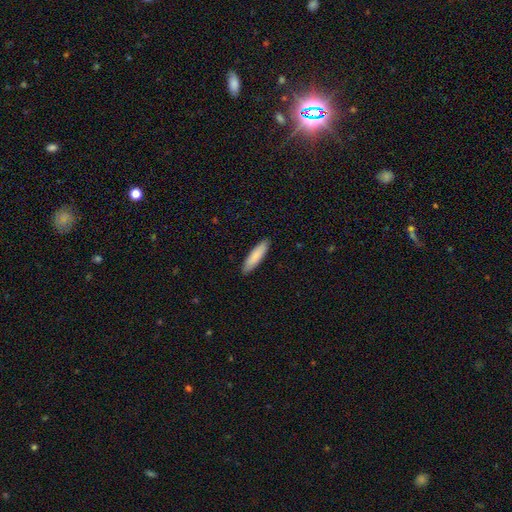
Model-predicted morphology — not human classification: smooth_or_featured: smooth (p=0.87) [alt: featured or disk p=0.08]
how_rounded: cigar-shaped (p=0.73) [alt: in between p=0.26]
merging: none (p=0.90) [alt: minor disturbance p=0.08]